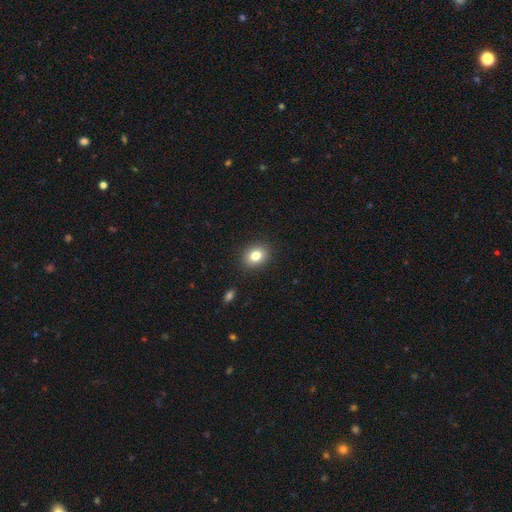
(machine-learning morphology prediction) Smooth or featured: smooth — 81% (star or artifact — 11%)
How rounded: round — 53% (in between — 46%)
Merging: none — 89% (minor disturbance — 7%)